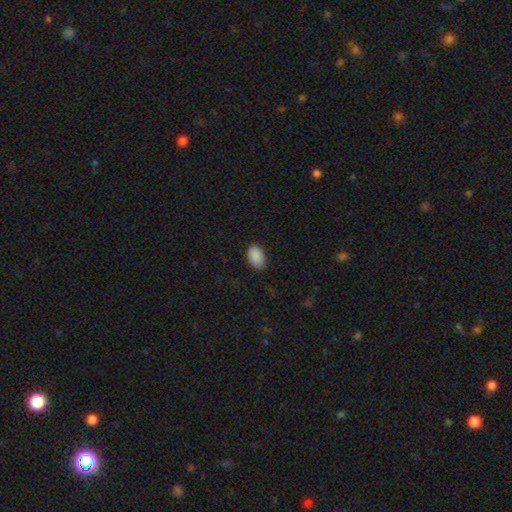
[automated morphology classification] type=smooth (90%); roundness=in between (91%); merging=none (83%).